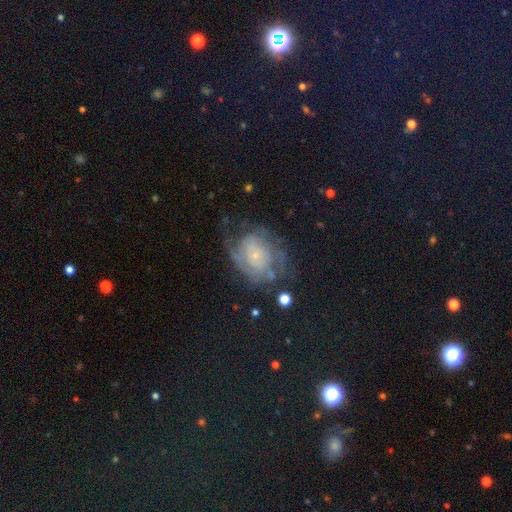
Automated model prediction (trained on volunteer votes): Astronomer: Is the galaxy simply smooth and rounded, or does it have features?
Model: featured or disk — 73%.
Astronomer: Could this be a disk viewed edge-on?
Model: no — 97%.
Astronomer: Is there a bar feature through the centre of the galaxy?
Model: no — 76%.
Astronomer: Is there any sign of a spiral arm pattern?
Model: yes — 83%.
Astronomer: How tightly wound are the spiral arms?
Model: tight — 54% (runner-up: medium, 32%).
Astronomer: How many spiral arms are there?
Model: can't tell — 48% (runner-up: 2, 23%).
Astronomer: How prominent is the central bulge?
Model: small — 77%.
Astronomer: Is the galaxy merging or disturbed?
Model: none — 55%.